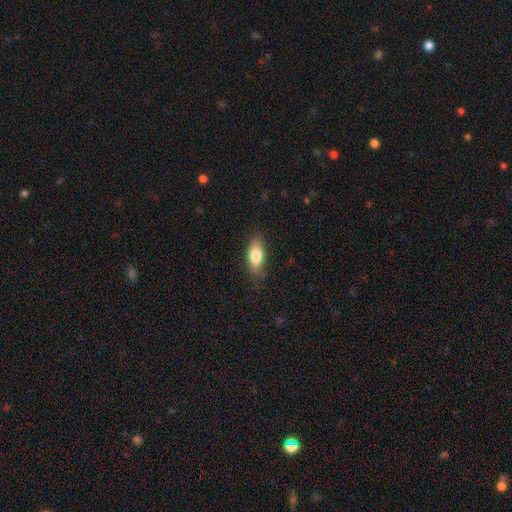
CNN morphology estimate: Smooth or featured? Predicted: smooth (p=0.79). How rounded? Predicted: in between (p=0.79). Merging? Predicted: none (p=0.79).